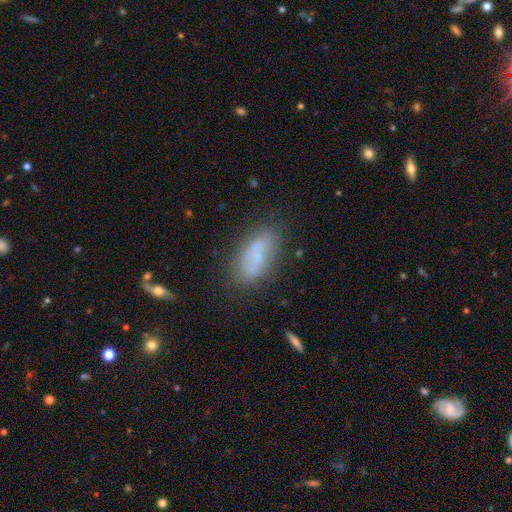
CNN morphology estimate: Q: Smooth or featured?
A: smooth (53%); runner-up: featured or disk (35%)
Q: How rounded?
A: in between (75%); runner-up: cigar-shaped (21%)
Q: Merging?
A: none (69%); runner-up: minor disturbance (17%)